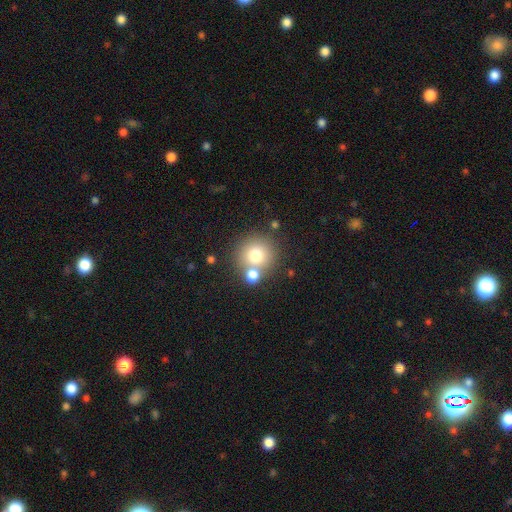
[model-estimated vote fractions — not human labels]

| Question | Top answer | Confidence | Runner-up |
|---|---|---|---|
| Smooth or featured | smooth | 74% | featured or disk (13%) |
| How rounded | round | 92% | in between (7%) |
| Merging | none | 64% | merger (24%) |